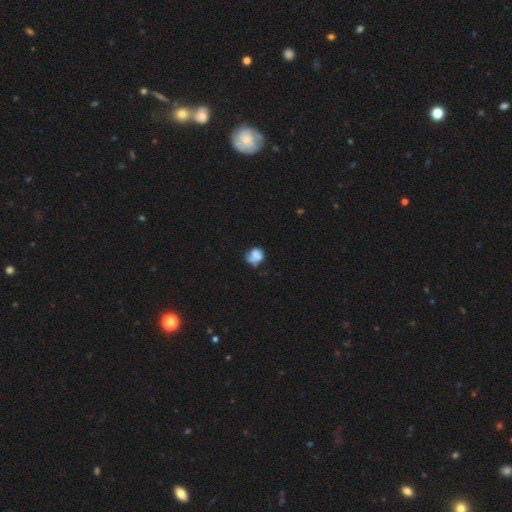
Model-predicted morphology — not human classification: type=smooth (62%); roundness=round (61%); merging=none (35%).